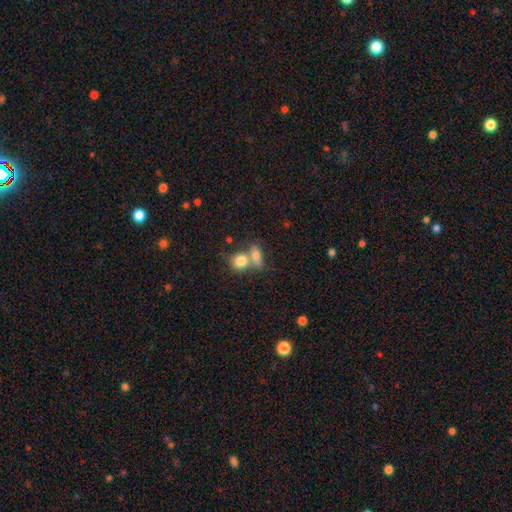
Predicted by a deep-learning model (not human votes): This is likely a smooth galaxy (78%). How rounded: likely in between (68%). Merging: possibly merger (57%).